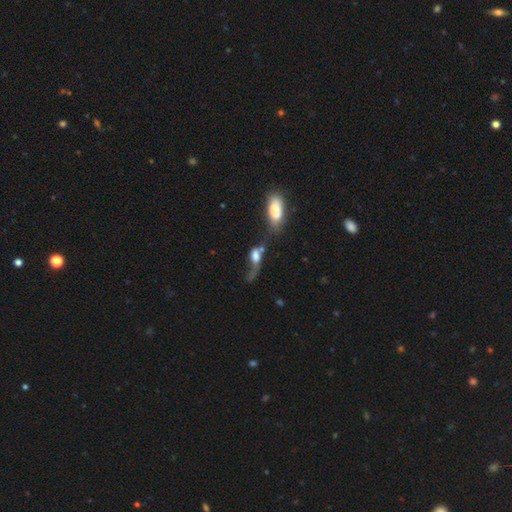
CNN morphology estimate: The model was most divided on "merging": merger: 39%, major disturbance: 33%, none: 17%, minor disturbance: 12%. Remaining: smooth or featured — smooth (48%).